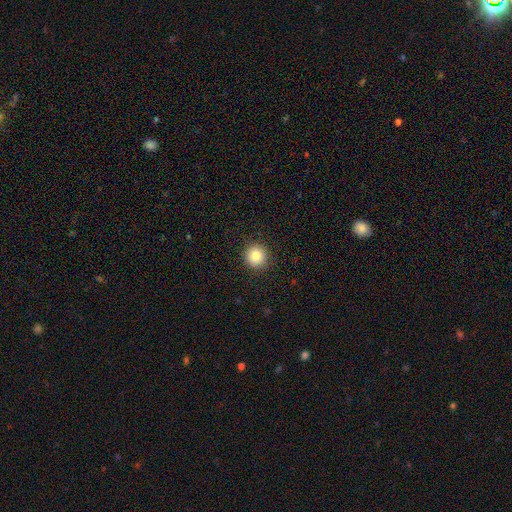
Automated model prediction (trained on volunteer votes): Q: Smooth or featured?
A: smooth (84%); runner-up: star or artifact (10%)
Q: How rounded?
A: round (94%); runner-up: in between (5%)
Q: Merging?
A: none (91%); runner-up: minor disturbance (6%)